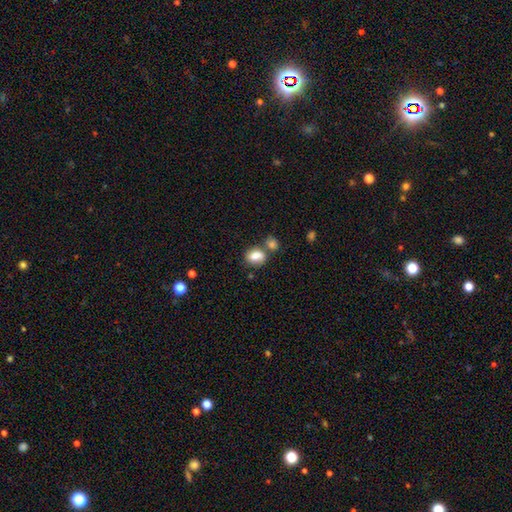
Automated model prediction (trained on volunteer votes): Morphology: type=smooth (78%); roundness=in between (62%); merging=none (44%).